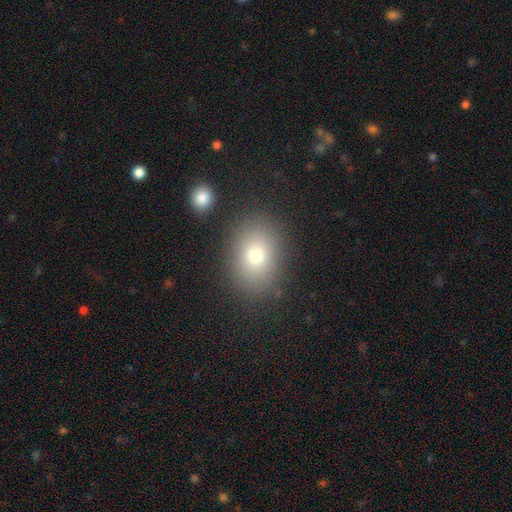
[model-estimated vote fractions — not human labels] Smooth or featured? Predicted: smooth (p=0.73). How rounded? Predicted: in between (p=0.64). Merging? Predicted: none (p=0.86).